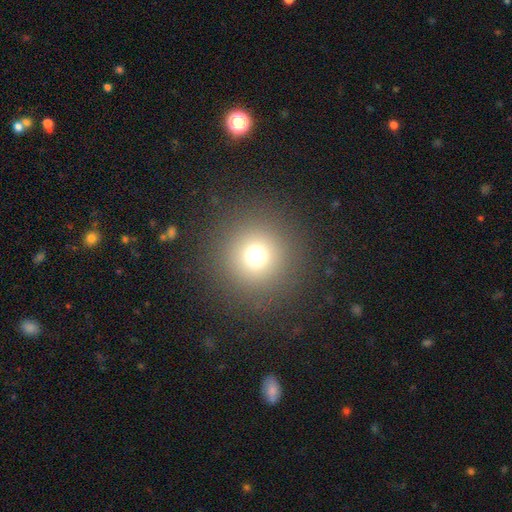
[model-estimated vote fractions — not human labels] Morphology: type=smooth (70%); roundness=round (95%); merging=none (90%).